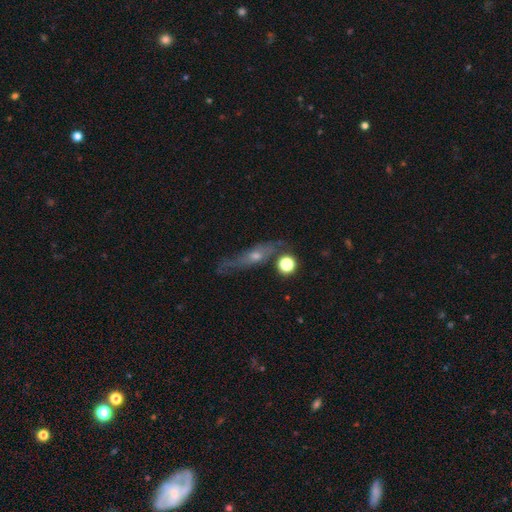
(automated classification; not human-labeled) Q: Smooth or featured?
A: featured or disk (58%); runner-up: smooth (27%)
Q: Edge-on disk?
A: yes (68%); runner-up: no (32%)
Q: Merging?
A: none (65%); runner-up: minor disturbance (19%)